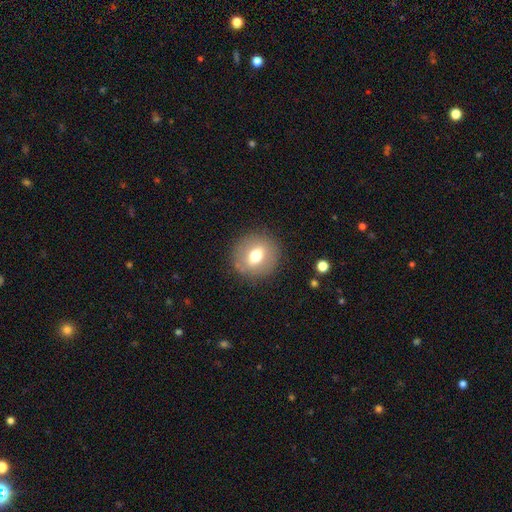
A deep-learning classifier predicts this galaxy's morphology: Smooth or featured?
  - smooth: 63% *
  - featured or disk: 28%
  - star or artifact: 9%
How rounded?
  - round: 80% *
  - in between: 19%
  - cigar-shaped: 1%
Merging?
  - none: 86% *
  - minor disturbance: 9%
  - major disturbance: 4%
  - merger: 2%